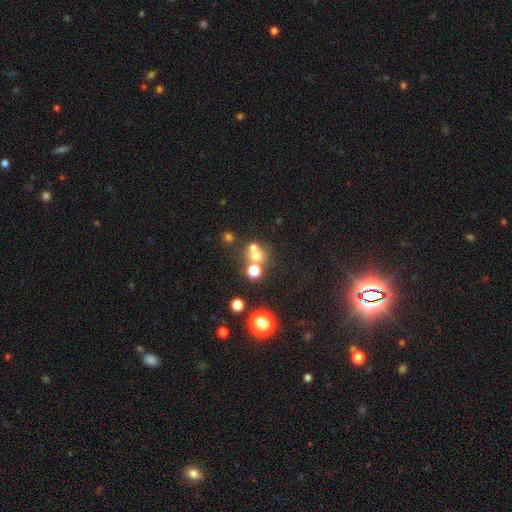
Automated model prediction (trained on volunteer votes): This appears to be a smooth galaxy with no disk features (60%) that is round (83%). Merging: none (49%).